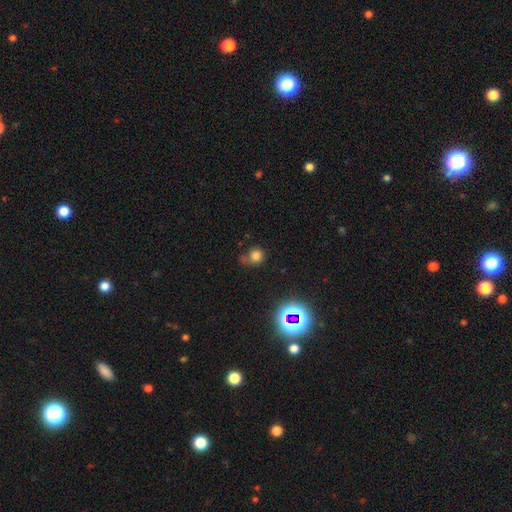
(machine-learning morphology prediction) A smooth galaxy with no disk features (73%) that is round (76%). Merging: none (47%).